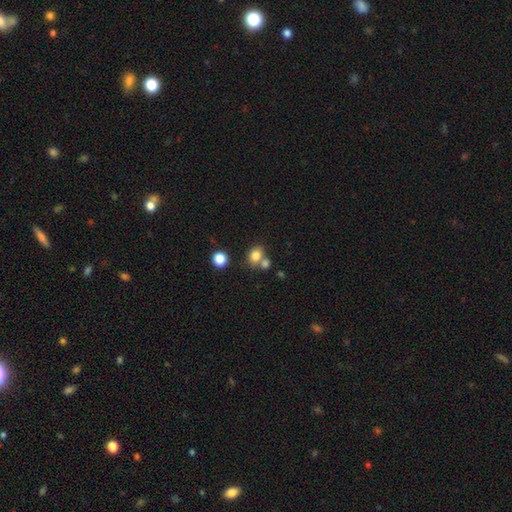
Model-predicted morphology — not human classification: Q: Smooth or featured?
A: smooth (80%); runner-up: star or artifact (12%)
Q: How rounded?
A: in between (53%); runner-up: round (46%)
Q: Merging?
A: none (51%); runner-up: merger (33%)